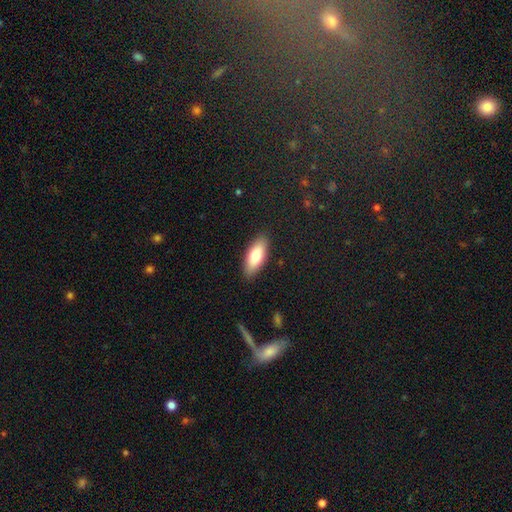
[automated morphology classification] type=smooth (76%); roundness=in between (76%); merging=none (88%).